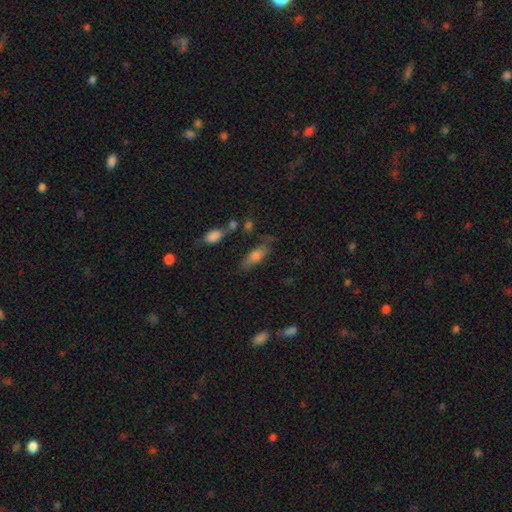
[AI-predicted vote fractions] The model was most divided on "how rounded": in between: 68%, cigar-shaped: 28%, round: 4%. More confident: smooth or featured — smooth (67%); merging — none (62%).